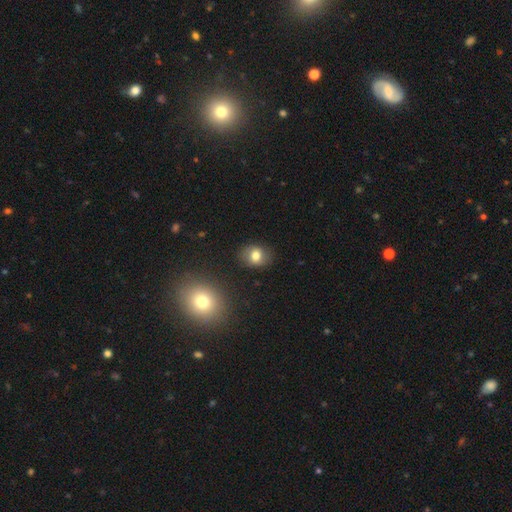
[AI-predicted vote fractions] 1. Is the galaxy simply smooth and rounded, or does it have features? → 74% smooth, 15% featured or disk, 11% star or artifact.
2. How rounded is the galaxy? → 50% round, 49% in between, 1% cigar-shaped.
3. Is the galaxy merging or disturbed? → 82% none, 12% minor disturbance, 3% major disturbance, 2% merger.